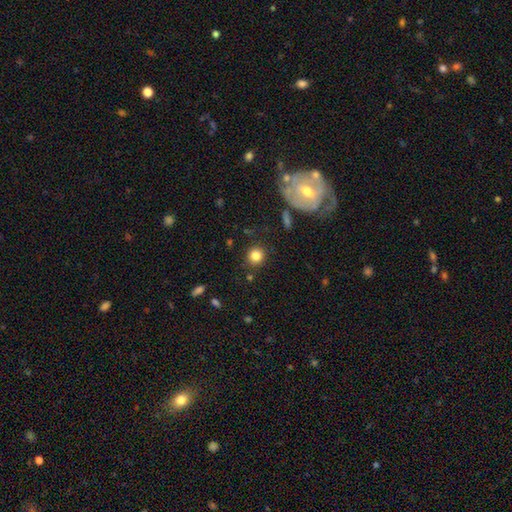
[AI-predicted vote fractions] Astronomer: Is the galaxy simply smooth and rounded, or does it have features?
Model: smooth — 83%.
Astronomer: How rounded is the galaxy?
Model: round — 90%.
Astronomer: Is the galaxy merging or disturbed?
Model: none — 87%.